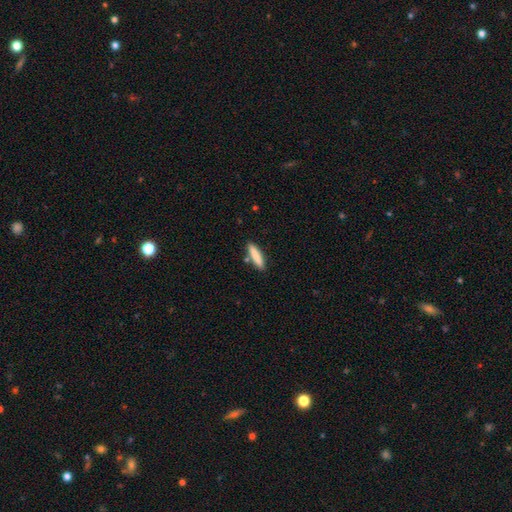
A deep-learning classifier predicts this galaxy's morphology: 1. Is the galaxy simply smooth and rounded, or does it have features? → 83% smooth, 11% featured or disk, 6% star or artifact.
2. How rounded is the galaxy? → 83% cigar-shaped, 15% in between, 1% round.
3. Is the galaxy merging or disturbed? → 84% none, 10% minor disturbance, 4% merger, 2% major disturbance.